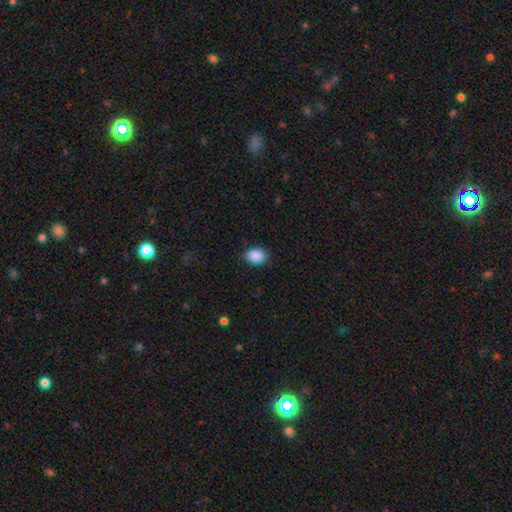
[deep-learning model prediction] Smooth or featured? Predicted: smooth (p=0.89). How rounded? Predicted: in between (p=0.69). Merging? Predicted: none (p=0.84).